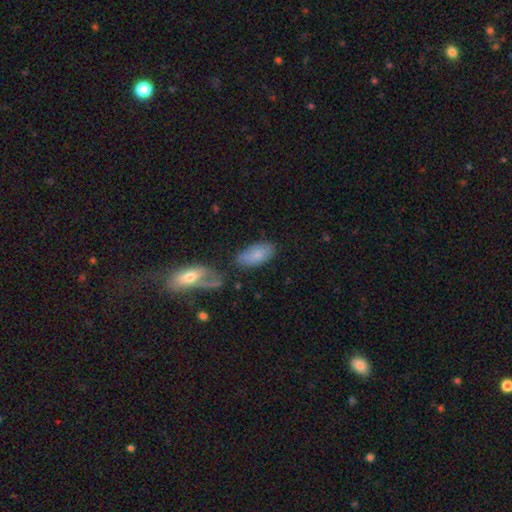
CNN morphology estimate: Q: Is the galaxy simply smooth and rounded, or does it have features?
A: smooth — 73%.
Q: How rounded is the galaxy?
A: in between — 92%.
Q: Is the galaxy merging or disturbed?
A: none — 57%.